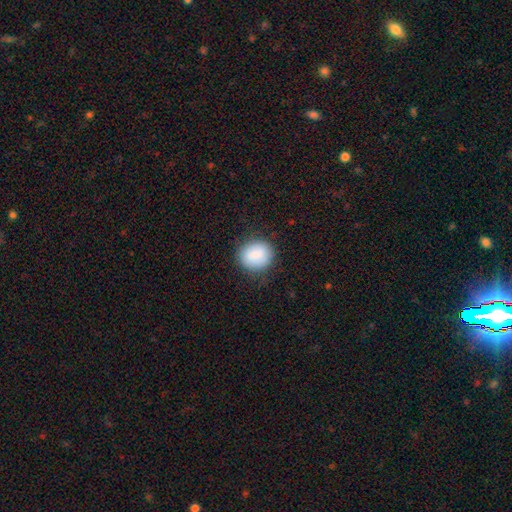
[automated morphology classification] Q: Smooth or featured?
A: smooth (87%); runner-up: star or artifact (7%)
Q: How rounded?
A: round (72%); runner-up: in between (27%)
Q: Merging?
A: none (84%); runner-up: minor disturbance (11%)